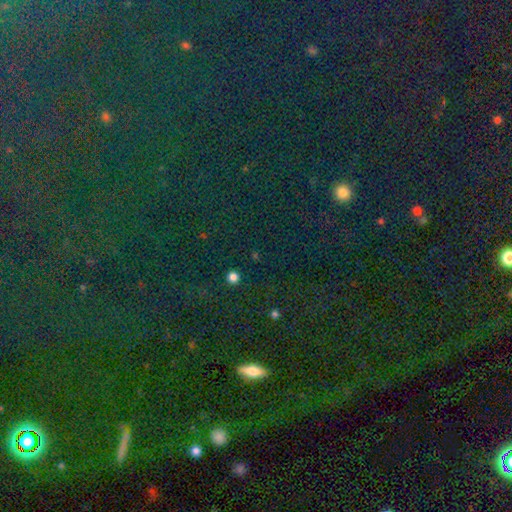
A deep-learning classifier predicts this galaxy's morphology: This is likely a star or artifact rather than a galaxy (77%).